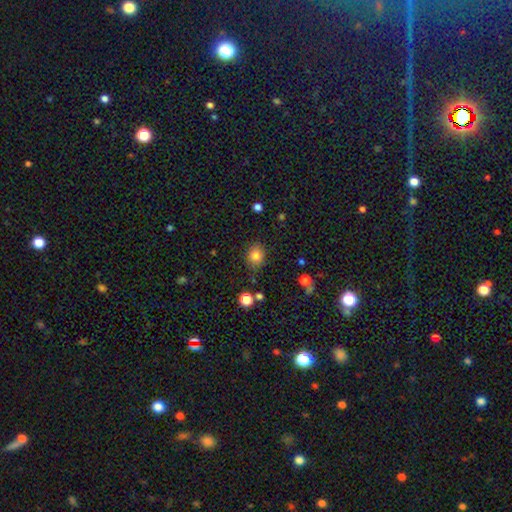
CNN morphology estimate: A smooth galaxy with no disk features (82%) that is round (65%). Merging: none (84%).